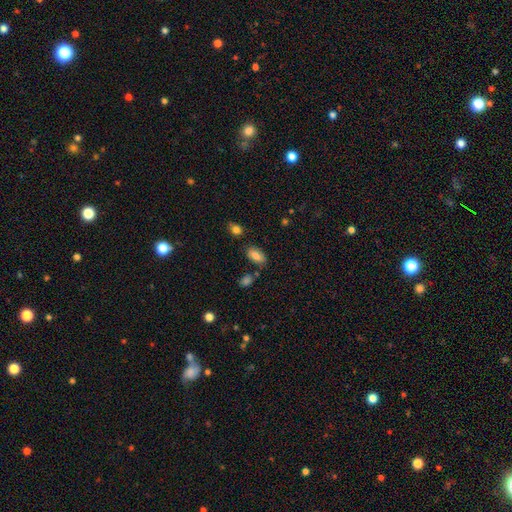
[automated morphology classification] Overall: smooth (81%). How rounded: in between (92%). Merging: none (78%).